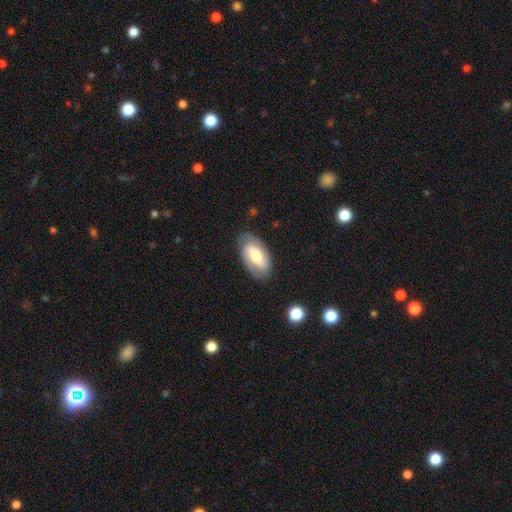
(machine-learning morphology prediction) featured or disk 63%, smooth 31%, star or artifact 6%. Down the decision tree: edge-on disk — no (94%); bar — weak (40%); spiral arms — yes (85%); spiral arm count — 2 (82%); spiral winding — medium (41%); bulge size — moderate (59%); merging — none (80%).